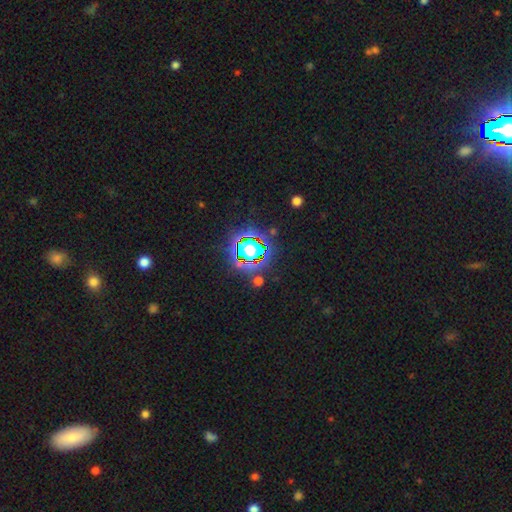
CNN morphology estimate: smooth-or-featured: star or artifact: 69% | smooth: 20% | featured or disk: 11%